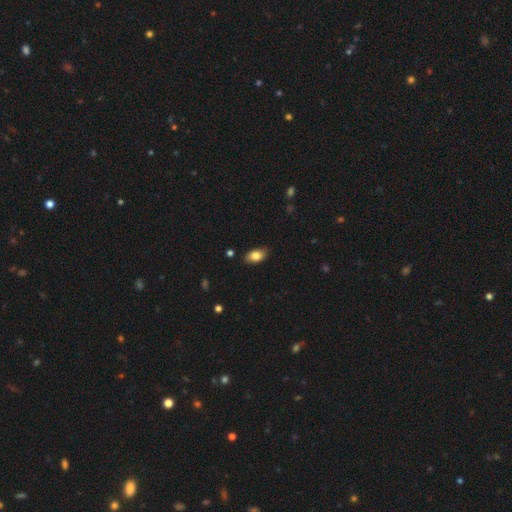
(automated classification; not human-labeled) smooth 82%, featured or disk 10%, star or artifact 8%. Down the decision tree: how rounded — in between (91%); merging — none (85%).